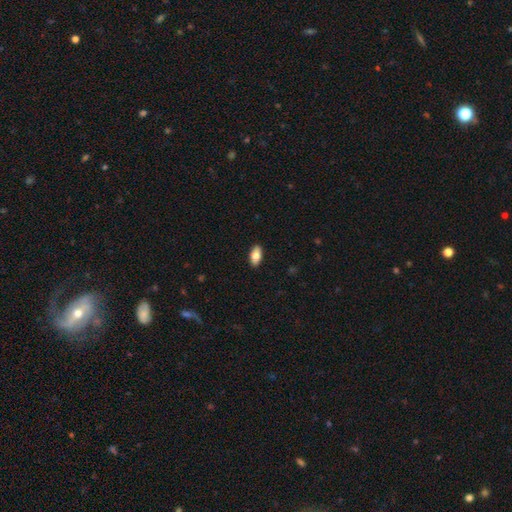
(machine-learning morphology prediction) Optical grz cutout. It shows a smooth galaxy with no disk features (80%) that is in between round and cigar-shaped (90%). Merging: none (90%).